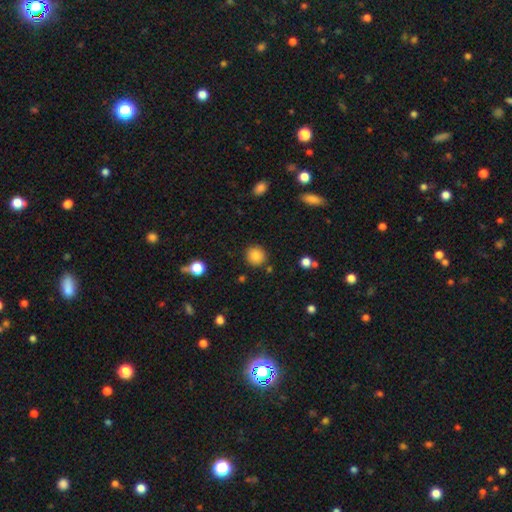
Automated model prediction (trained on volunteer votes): A smooth galaxy with no disk features (85%) that is round (93%). Merging: none (88%).